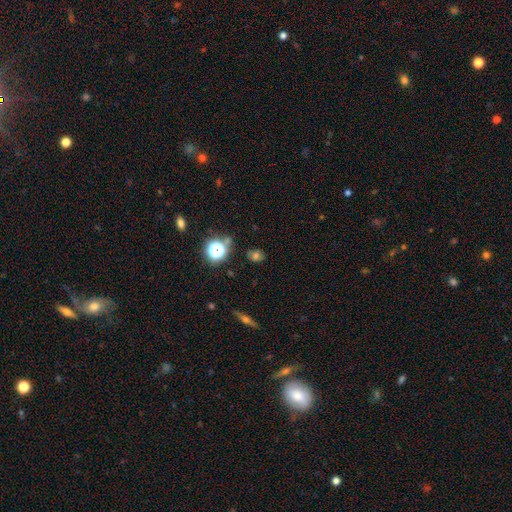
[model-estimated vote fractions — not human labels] This appears to be a smooth galaxy with no disk features (59%) that is round (63%). Merging: none (83%).